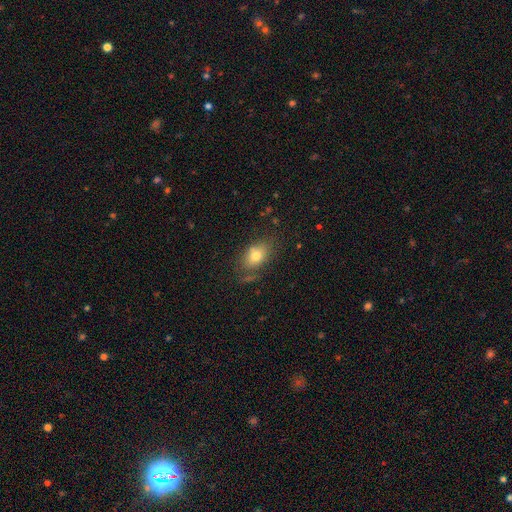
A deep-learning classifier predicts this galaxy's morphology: A smooth galaxy with no disk features (75%) that is in between round and cigar-shaped (81%).

Vote fractions:
- Smooth or featured? smooth: 75% / featured or disk: 14% / star or artifact: 11%
- How rounded? in between: 81% / round: 17% / cigar-shaped: 3%
- Merging? none: 67% / minor disturbance: 20% / major disturbance: 7% / merger: 6%